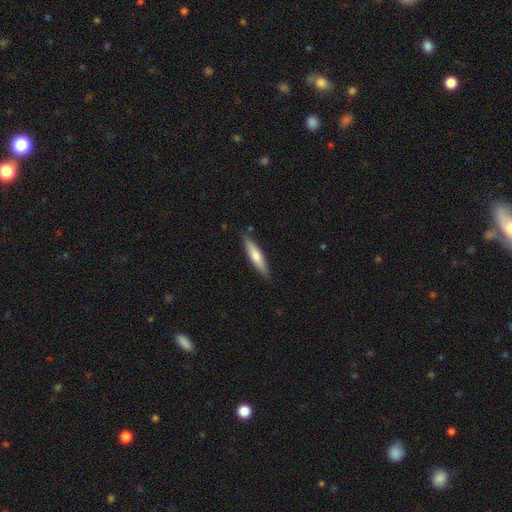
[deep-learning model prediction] Smooth or featured: smooth — 61% (featured or disk — 33%)
How rounded: cigar-shaped — 83% (in between — 16%)
Merging: none — 87% (minor disturbance — 10%)